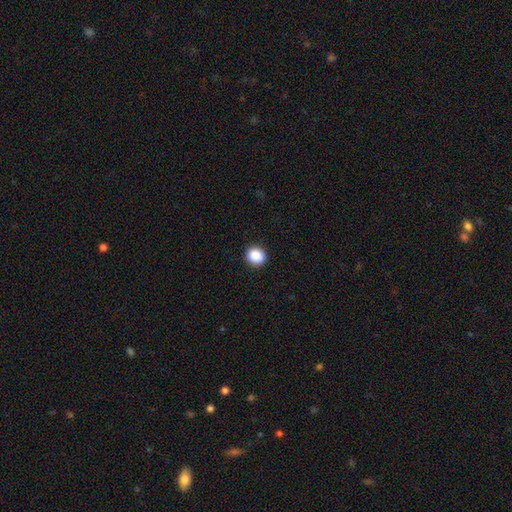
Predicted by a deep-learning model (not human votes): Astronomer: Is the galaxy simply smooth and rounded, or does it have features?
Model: smooth — 89%.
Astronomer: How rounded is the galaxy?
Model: round — 80%.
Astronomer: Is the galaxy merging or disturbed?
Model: none — 91%.